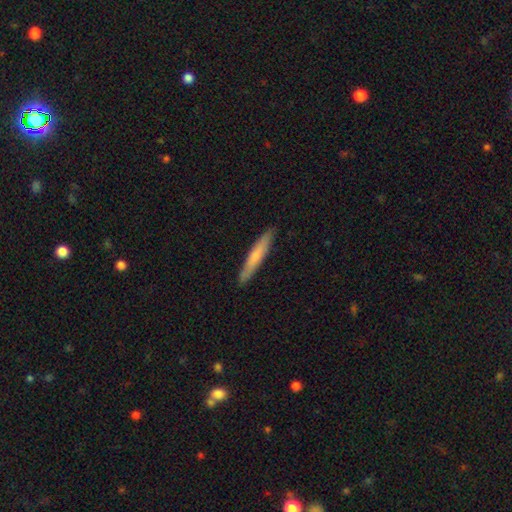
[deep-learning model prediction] smooth 64%, featured or disk 31%, star or artifact 5%. Down the decision tree: how rounded — cigar-shaped (93%); merging — none (90%).